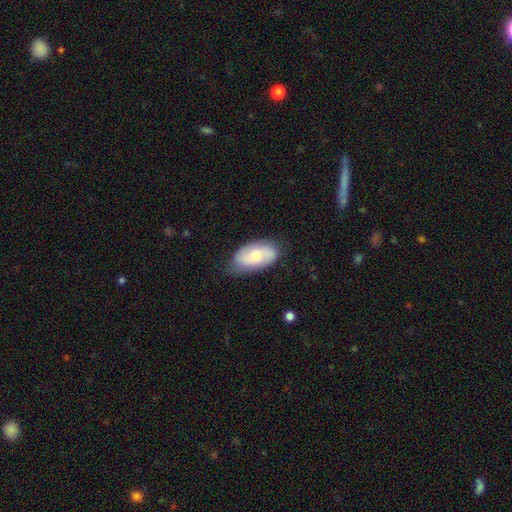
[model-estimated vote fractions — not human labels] The model was most divided on "smooth or featured": smooth: 49%, featured or disk: 44%, star or artifact: 6%. More confident: merging — none (74%).